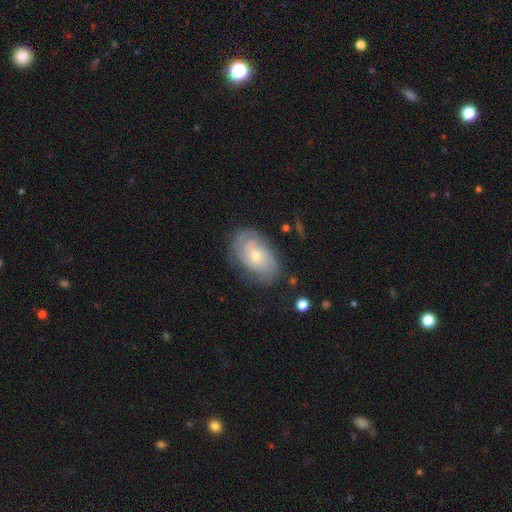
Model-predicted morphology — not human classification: Smooth or featured: featured or disk — 74% (smooth — 19%)
Edge-on disk: no — 96% (yes — 4%)
Bar: no — 75% (weak — 22%)
Spiral arms: yes — 91% (no — 9%)
Spiral winding: tight — 64% (medium — 27%)
Spiral arm count: can't tell — 37% (2 — 33%)
Bulge size: small — 60% (moderate — 36%)
Merging: none — 74% (minor disturbance — 18%)